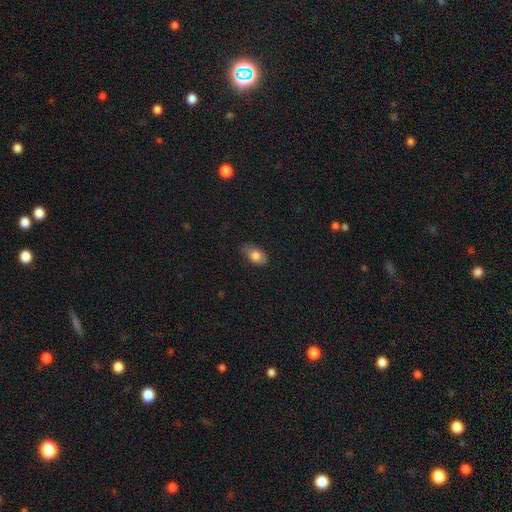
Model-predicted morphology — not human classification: A smooth galaxy with no disk features (80%) that is in between round and cigar-shaped (87%). Merging: none (63%).